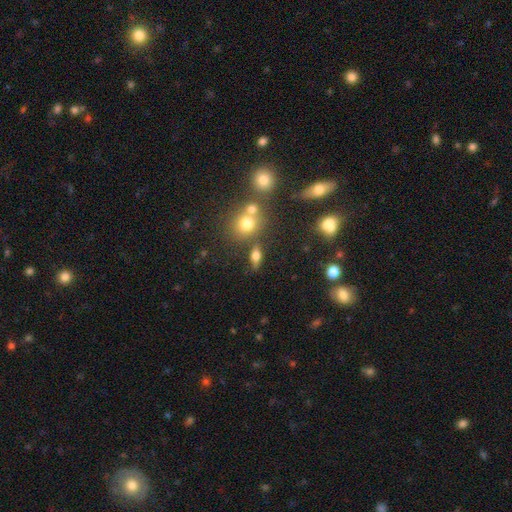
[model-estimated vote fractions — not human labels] Overall: smooth (62%; featured or disk 23%). How rounded: in between (66%). Merging: none (70%).